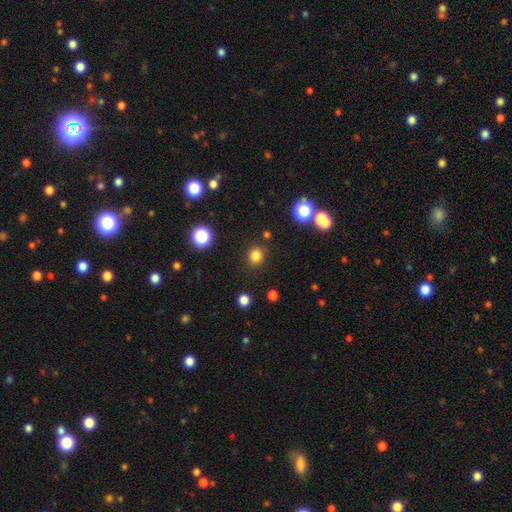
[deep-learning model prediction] smooth_or_featured: smooth (p=0.81) [alt: star or artifact p=0.15]
how_rounded: round (p=0.84) [alt: in between p=0.16]
merging: none (p=0.88) [alt: minor disturbance p=0.07]